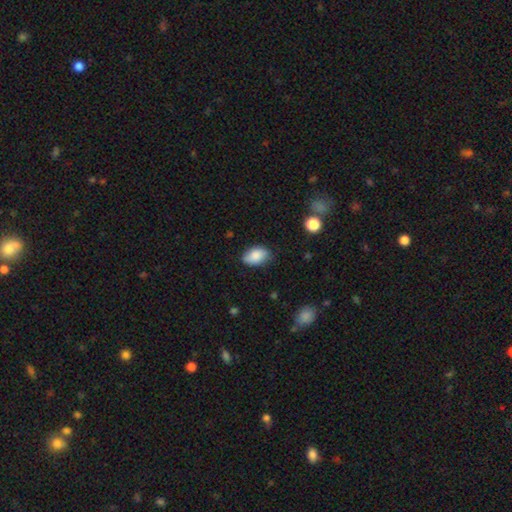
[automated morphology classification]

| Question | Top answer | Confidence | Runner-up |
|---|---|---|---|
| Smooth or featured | smooth | 85% | featured or disk (8%) |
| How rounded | in between | 91% | round (8%) |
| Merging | none | 76% | minor disturbance (19%) |